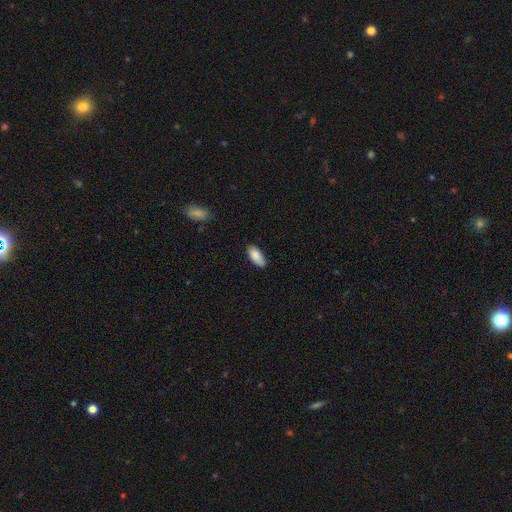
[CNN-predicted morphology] Overall: smooth (88%). How rounded: in between (89%). Merging: none (80%).